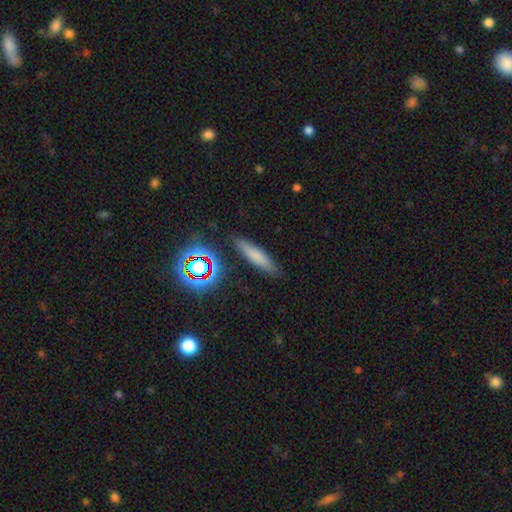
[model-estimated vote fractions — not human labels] Smooth or featured: smooth — 70% (featured or disk — 15%)
How rounded: cigar-shaped — 78% (in between — 19%)
Merging: none — 85% (minor disturbance — 10%)